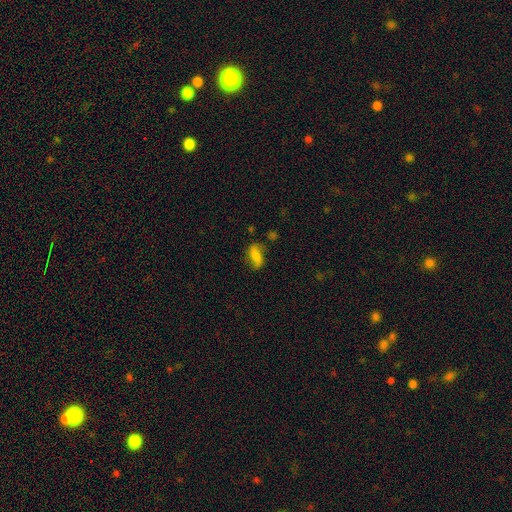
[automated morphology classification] Smooth or featured: smooth — 59% (featured or disk — 30%)
How rounded: in between — 83% (cigar-shaped — 10%)
Merging: none — 62% (minor disturbance — 23%)